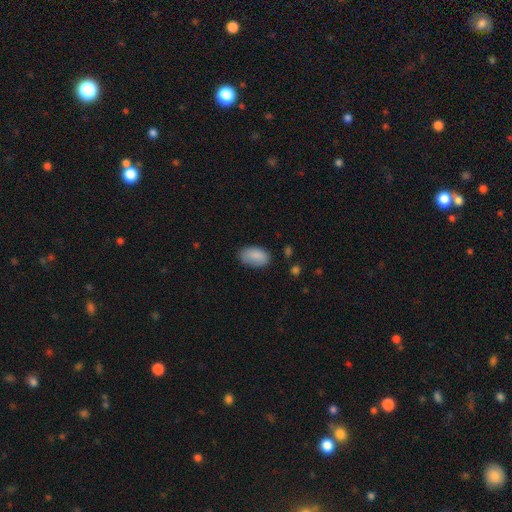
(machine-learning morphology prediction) This appears to be a smooth galaxy with no disk features (87%) that is in between round and cigar-shaped (94%). Merging: none (76%).